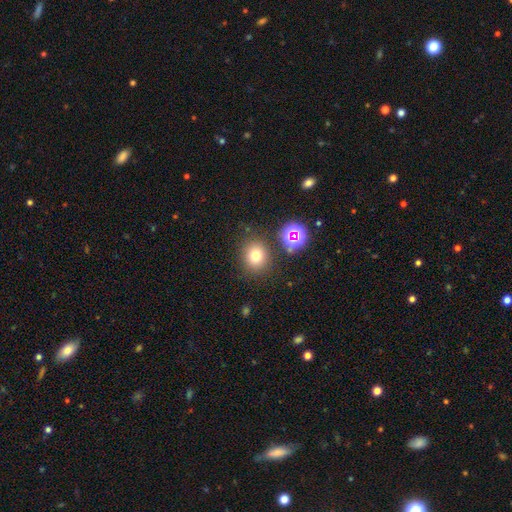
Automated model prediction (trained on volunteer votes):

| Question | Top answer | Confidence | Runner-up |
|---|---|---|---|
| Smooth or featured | smooth | 72% | star or artifact (19%) |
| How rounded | round | 83% | in between (16%) |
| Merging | none | 82% | minor disturbance (9%) |